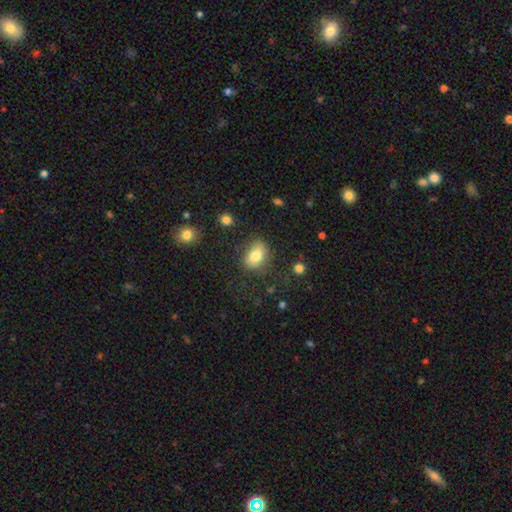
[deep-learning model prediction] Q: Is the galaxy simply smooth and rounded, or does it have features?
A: smooth — 79%.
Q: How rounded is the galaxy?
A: in between — 74%.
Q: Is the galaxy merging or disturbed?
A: none — 72%.